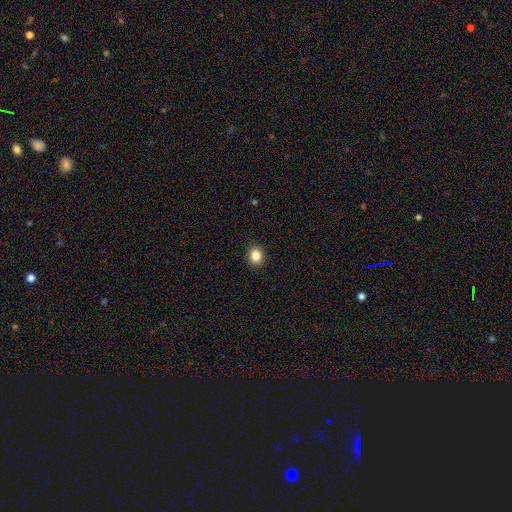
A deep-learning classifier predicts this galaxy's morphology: type=smooth (85%); roundness=round (56%); merging=none (91%).